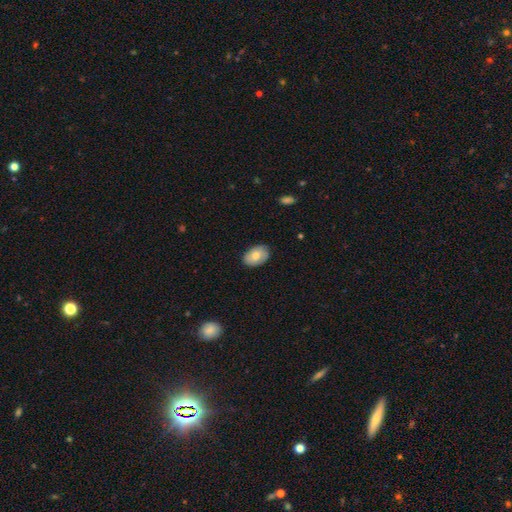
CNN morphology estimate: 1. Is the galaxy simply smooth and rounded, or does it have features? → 69% smooth, 24% featured or disk, 7% star or artifact.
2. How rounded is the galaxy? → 87% in between, 12% round, 1% cigar-shaped.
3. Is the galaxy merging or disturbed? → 81% none, 16% minor disturbance, 2% major disturbance, 1% merger.